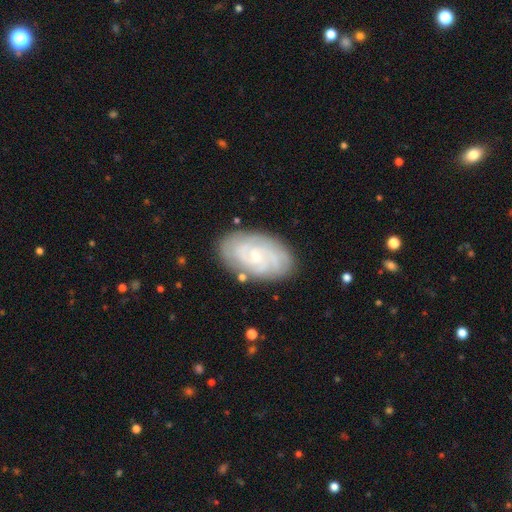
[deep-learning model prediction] Morphology: type=featured or disk (77%); edge-on=no (96%); bar=no (64%); spiral arms=yes (94%); winding=tight (71%); arm count=can't tell (36%); bulge=small (72%); merging=none (80%).